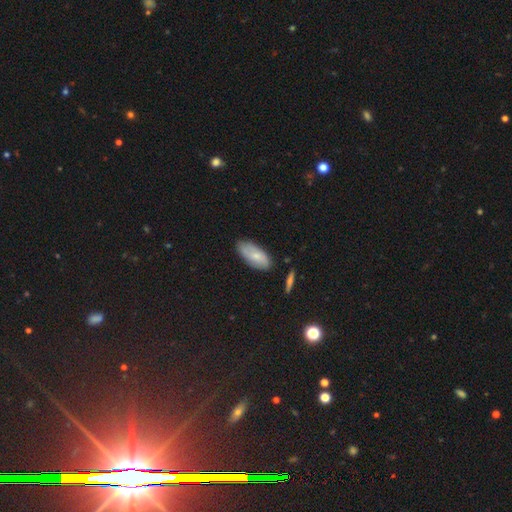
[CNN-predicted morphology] Smooth or featured: smooth — 72% (featured or disk — 22%)
How rounded: in between — 88% (cigar-shaped — 10%)
Merging: none — 74% (minor disturbance — 20%)